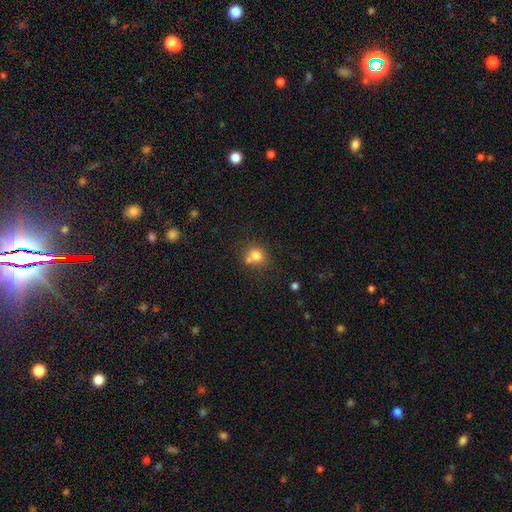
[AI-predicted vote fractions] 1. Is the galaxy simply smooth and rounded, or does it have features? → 77% smooth, 13% star or artifact, 11% featured or disk.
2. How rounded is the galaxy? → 81% round, 18% in between, 1% cigar-shaped.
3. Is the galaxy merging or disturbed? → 53% none, 30% merger, 12% minor disturbance, 4% major disturbance.